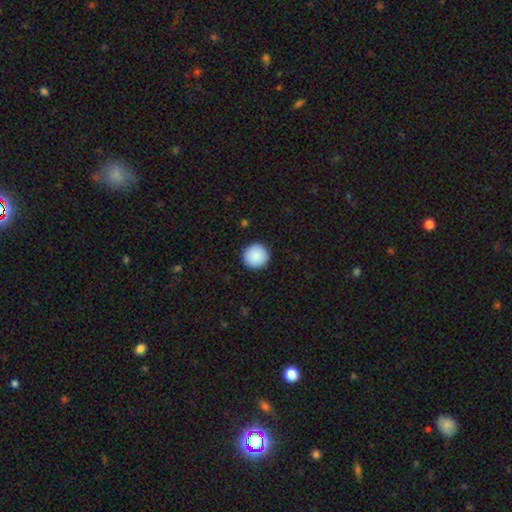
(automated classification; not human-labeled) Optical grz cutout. It shows a smooth galaxy with no disk features (90%) that is round (96%). Merging: none (93%).